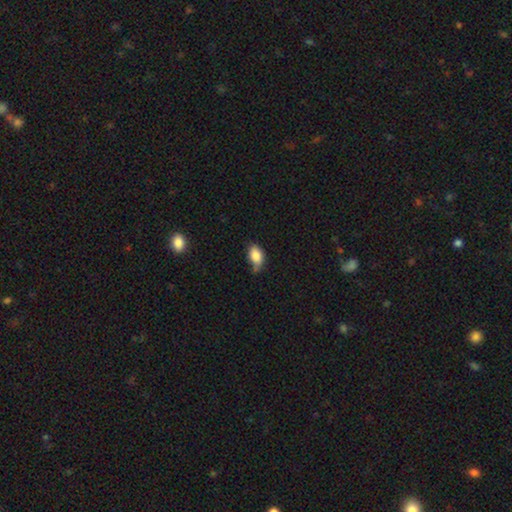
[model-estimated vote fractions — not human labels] smooth 84%, star or artifact 8%, featured or disk 8%. Down the decision tree: how rounded — in between (87%); merging — none (44%).